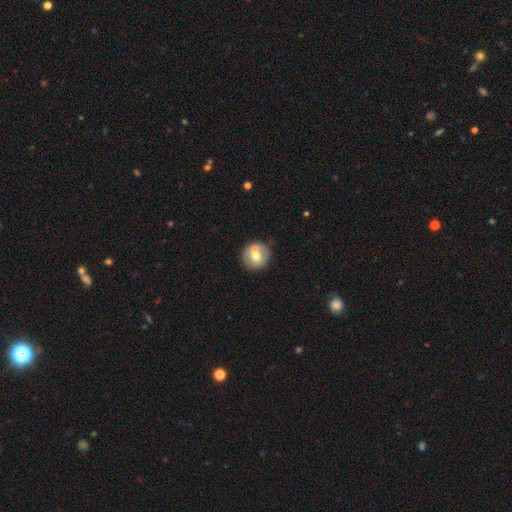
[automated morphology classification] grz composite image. It shows a smooth galaxy with no disk features (58%) that is round (88%). Merging: none (61%).